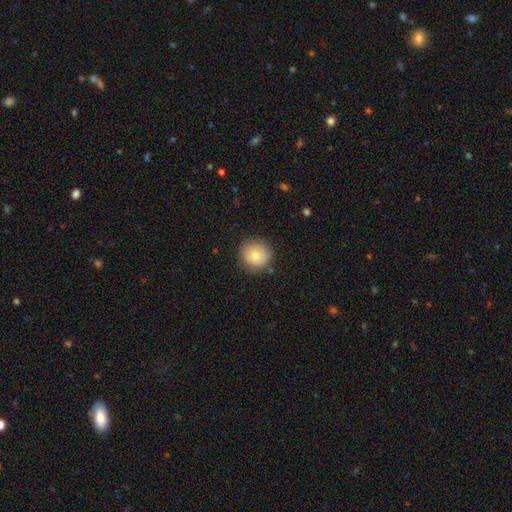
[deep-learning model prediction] The model was most divided on "smooth or featured": smooth: 75%, featured or disk: 16%, star or artifact: 9%. More confident: how rounded — round (90%); merging — none (81%).